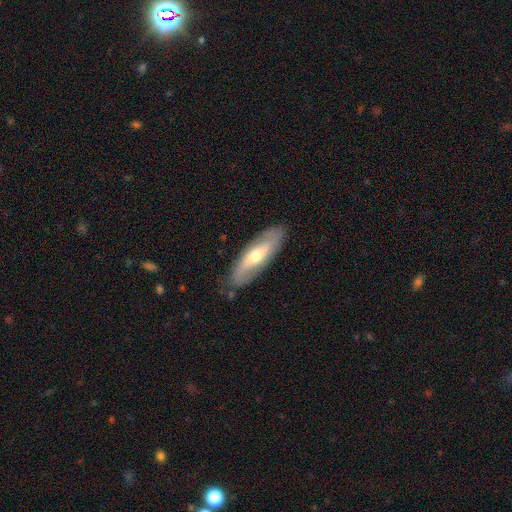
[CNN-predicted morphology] smooth_or_featured: featured or disk (p=0.58) [alt: smooth p=0.37]
disk_edge_on: no (p=0.68) [alt: yes p=0.32]
merging: none (p=0.83) [alt: minor disturbance p=0.13]